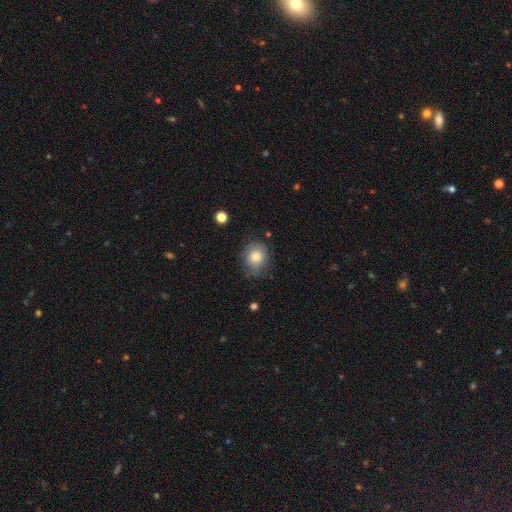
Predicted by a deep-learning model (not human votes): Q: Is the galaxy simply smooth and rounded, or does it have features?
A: smooth — 82%.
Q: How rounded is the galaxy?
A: round — 64%.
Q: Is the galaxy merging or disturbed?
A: none — 74%.